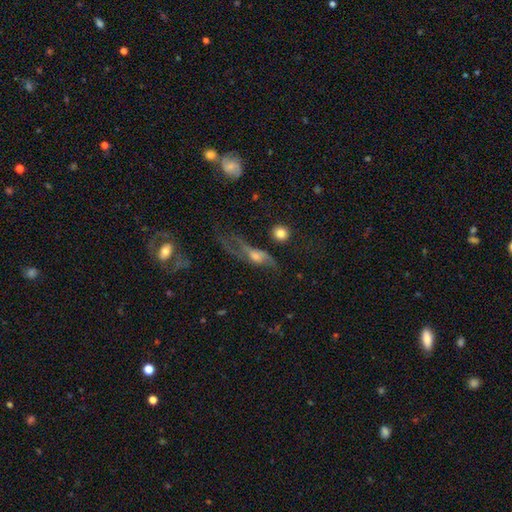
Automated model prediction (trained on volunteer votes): smooth_or_featured: featured or disk (p=0.56) [alt: smooth p=0.29]
disk_edge_on: no (p=0.74) [alt: yes p=0.26]
merging: major disturbance (p=0.42) [alt: none p=0.31]